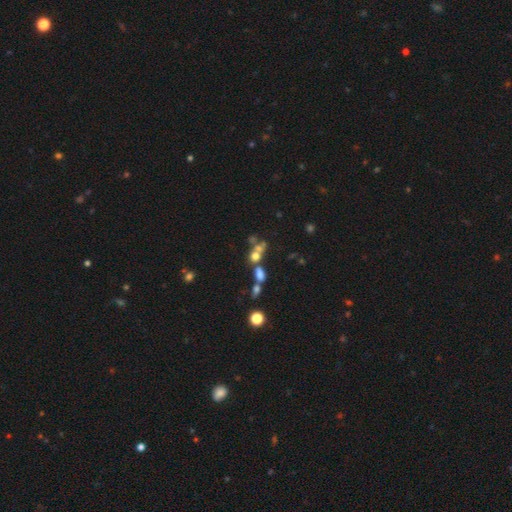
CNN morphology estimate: Q: Smooth or featured?
A: smooth (56%); runner-up: featured or disk (23%)
Q: How rounded?
A: round (54%); runner-up: in between (42%)
Q: Merging?
A: merger (52%); runner-up: none (31%)